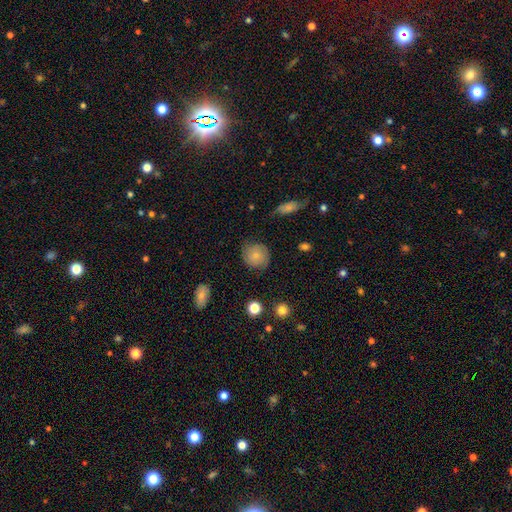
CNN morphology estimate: Smooth or featured? Predicted: smooth (p=0.62). How rounded? Predicted: round (p=0.85). Merging? Predicted: none (p=0.76).